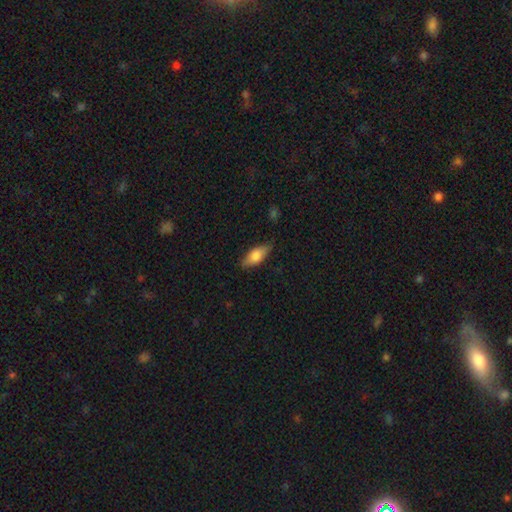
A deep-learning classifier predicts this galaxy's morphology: This is likely a smooth galaxy (74%). How rounded: likely in between (80%). Merging: clearly none (80%).